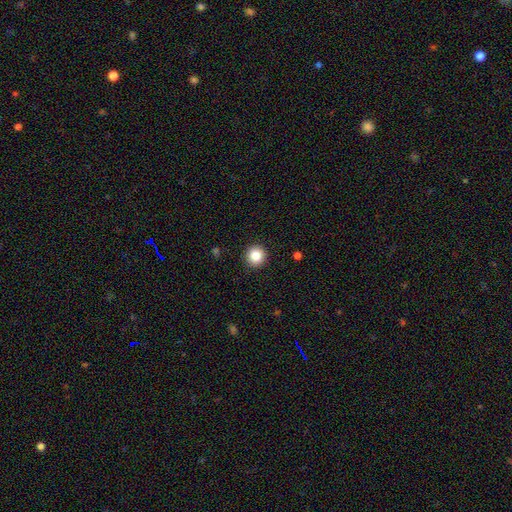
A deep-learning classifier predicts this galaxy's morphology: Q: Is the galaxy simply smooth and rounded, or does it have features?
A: smooth — 86%.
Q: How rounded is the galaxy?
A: round — 94%.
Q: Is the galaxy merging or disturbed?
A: none — 92%.